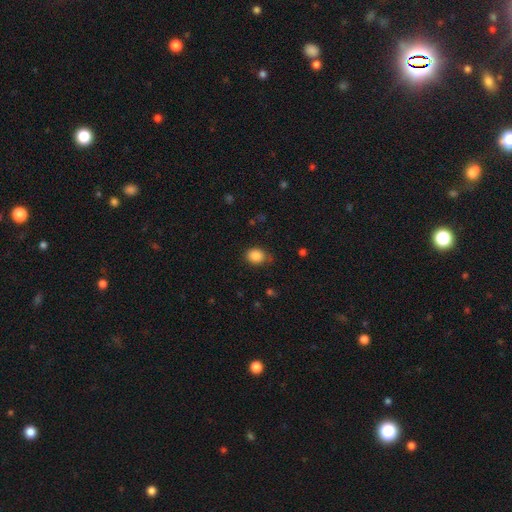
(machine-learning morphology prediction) This is clearly a smooth galaxy (86%). How rounded: possibly round (53%). Merging: likely none (72%).